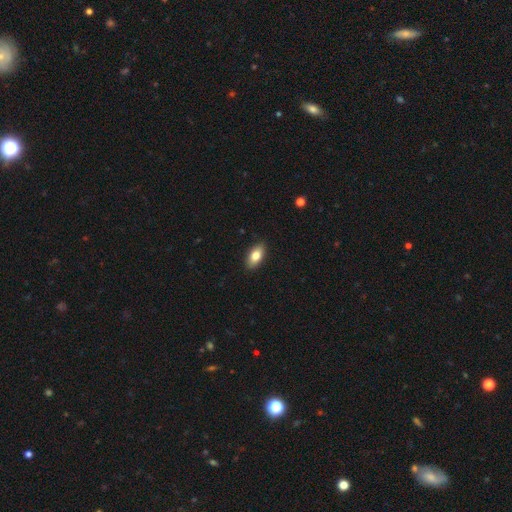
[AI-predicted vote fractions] This appears to be a smooth galaxy with no disk features (80%) that is in between round and cigar-shaped (90%). Merging: none (89%).